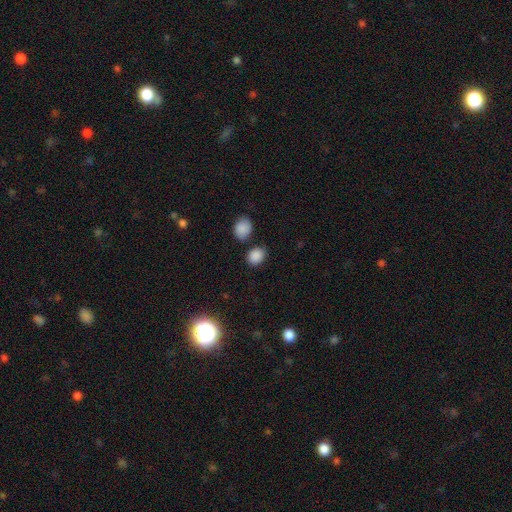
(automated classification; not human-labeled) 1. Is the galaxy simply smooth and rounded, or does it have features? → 86% smooth, 10% star or artifact, 4% featured or disk.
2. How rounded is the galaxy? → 51% in between, 48% round, 1% cigar-shaped.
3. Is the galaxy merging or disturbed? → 74% none, 13% minor disturbance, 10% merger, 4% major disturbance.